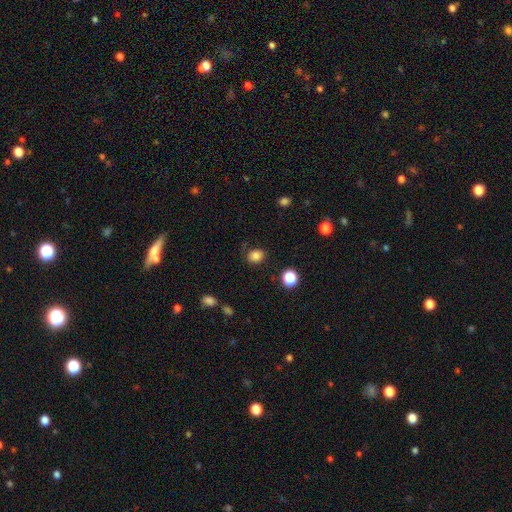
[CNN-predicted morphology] This appears to be a smooth galaxy with no disk features (83%) that is round (60%). Merging: none (79%).